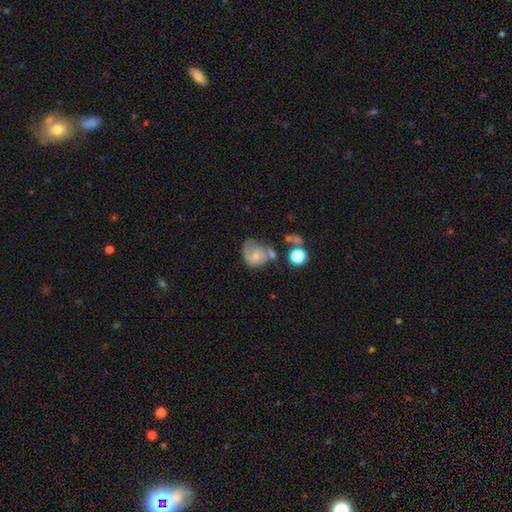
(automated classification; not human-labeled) A featured or disk galaxy (53%) with no bar (69%), spiral arms (79%) and a small central bulge (47%).

Vote fractions:
- Smooth or featured? featured or disk: 53% / smooth: 38% / star or artifact: 9%
- Edge-on disk? no: 97% / yes: 3%
- Bar? no: 69% / weak: 27% / strong: 5%
- Spiral arms? yes: 79% / no: 21%
- Bulge size? small: 47% / moderate: 34% / none: 14% / large: 3% / dominant: 1%
- Merging? none: 35% / minor disturbance: 24% / major disturbance: 24% / merger: 17%